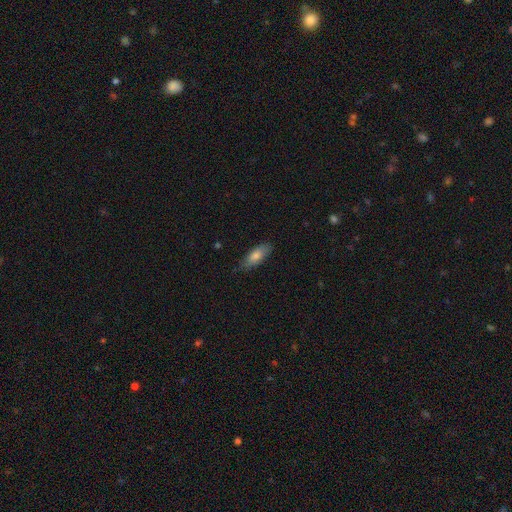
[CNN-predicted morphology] Q: Smooth or featured?
A: smooth (75%); runner-up: featured or disk (18%)
Q: How rounded?
A: in between (62%); runner-up: cigar-shaped (36%)
Q: Merging?
A: none (78%); runner-up: minor disturbance (18%)